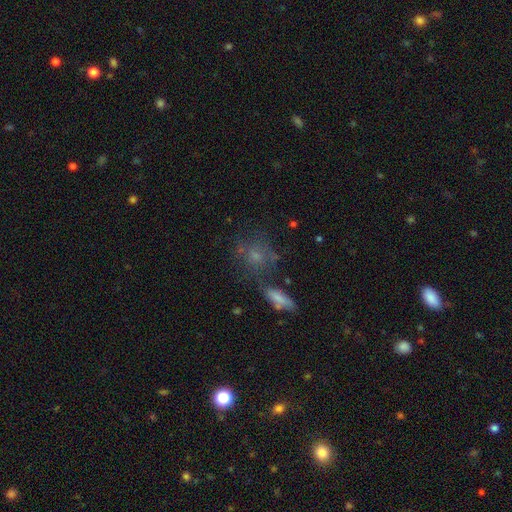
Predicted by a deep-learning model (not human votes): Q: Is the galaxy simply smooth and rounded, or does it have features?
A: smooth — 56%.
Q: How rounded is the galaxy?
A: round — 66%.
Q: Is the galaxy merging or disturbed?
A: none — 53%.